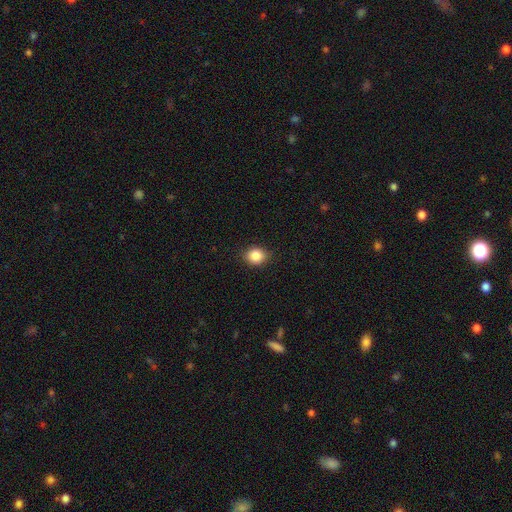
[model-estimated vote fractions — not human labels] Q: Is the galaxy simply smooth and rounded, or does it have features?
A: smooth — 86%.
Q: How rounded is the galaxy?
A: round — 70%.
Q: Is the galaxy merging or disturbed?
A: none — 88%.